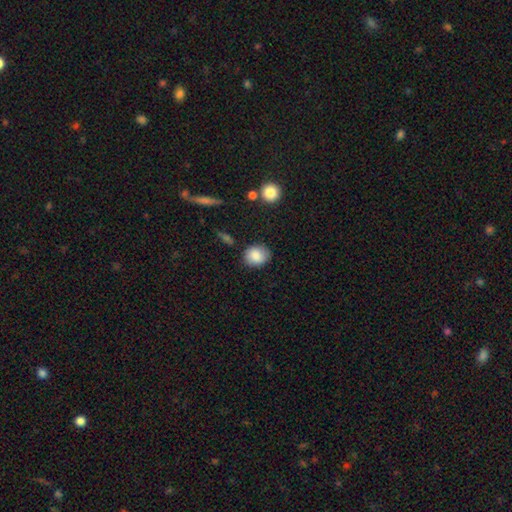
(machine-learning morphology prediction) A smooth galaxy with no disk features (85%) that is round (58%). Merging: none (80%).